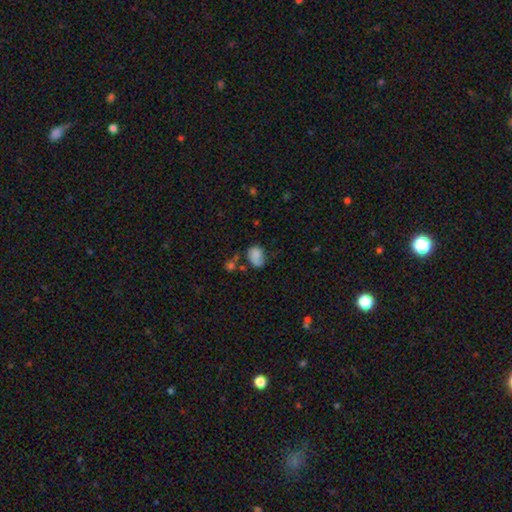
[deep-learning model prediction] The model was most divided on "merging": none: 41%, minor disturbance: 32%, major disturbance: 17%, merger: 10%. More confident: smooth or featured — smooth (77%); how rounded — in between (72%).